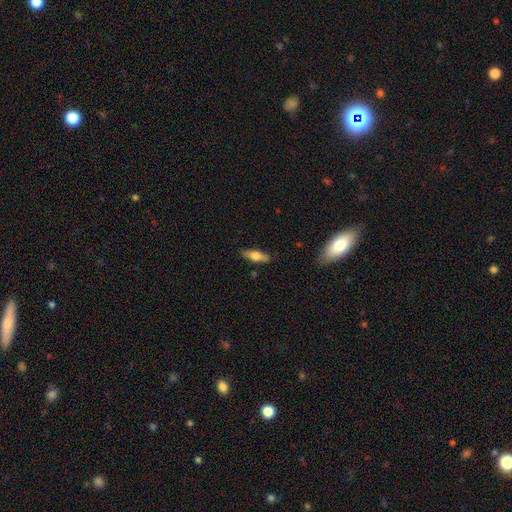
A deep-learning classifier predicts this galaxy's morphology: This is likely a smooth galaxy (66%). How rounded: possibly in between (58%). Merging: clearly none (85%).